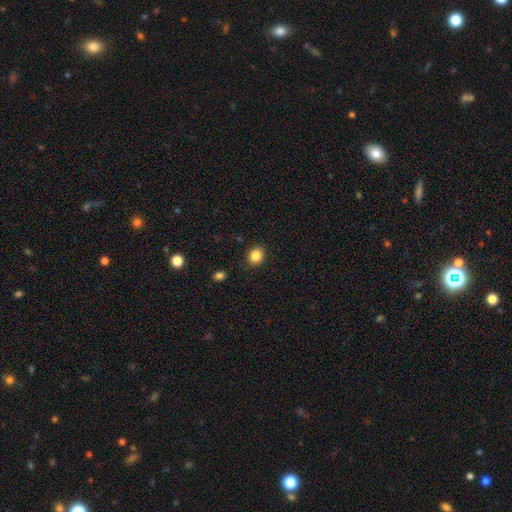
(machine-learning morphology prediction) Smooth or featured? Predicted: smooth (p=0.85). How rounded? Predicted: round (p=0.63). Merging? Predicted: none (p=0.87).